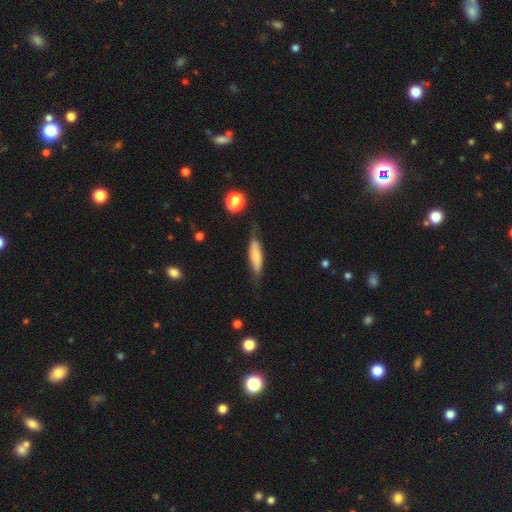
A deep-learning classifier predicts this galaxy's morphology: Q: Smooth or featured?
A: smooth (67%); runner-up: featured or disk (26%)
Q: How rounded?
A: cigar-shaped (59%); runner-up: in between (39%)
Q: Merging?
A: none (63%); runner-up: minor disturbance (26%)